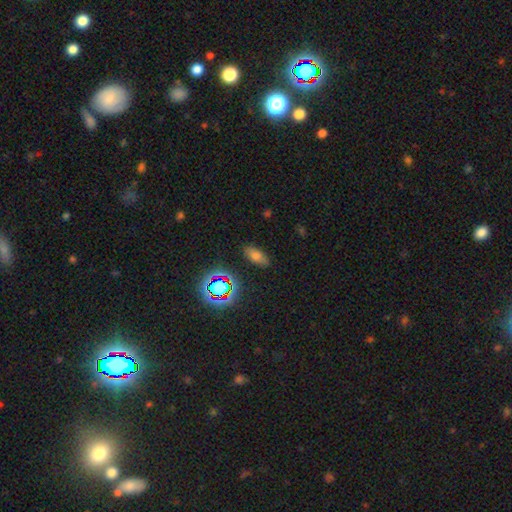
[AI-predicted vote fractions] A smooth galaxy with no disk features (65%) that is in between round and cigar-shaped (83%). Merging: none (85%).